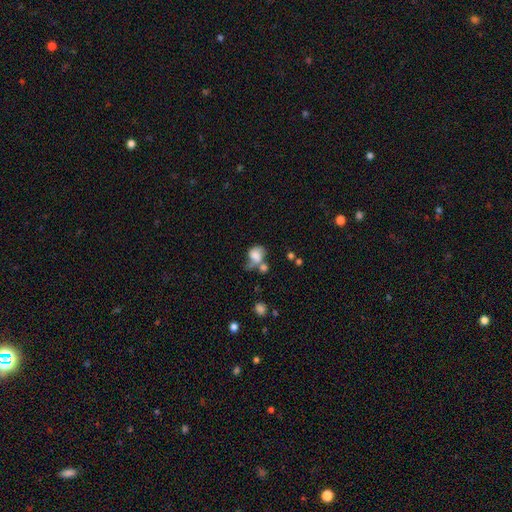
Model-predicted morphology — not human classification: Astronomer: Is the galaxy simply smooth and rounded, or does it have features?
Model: smooth — 70%.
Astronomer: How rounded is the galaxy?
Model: in between — 53% (runner-up: round, 46%).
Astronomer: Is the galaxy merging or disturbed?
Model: merger — 35% (runner-up: none, 25%).